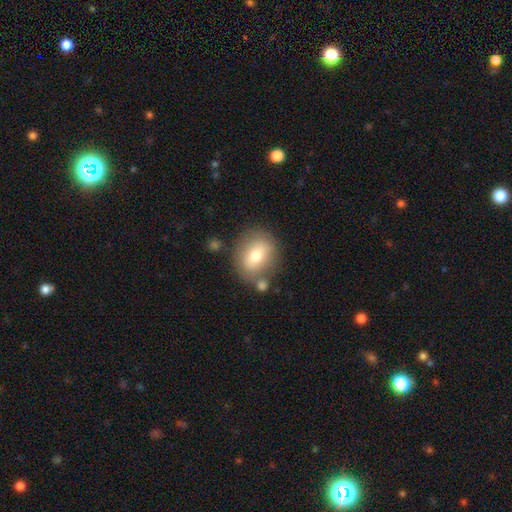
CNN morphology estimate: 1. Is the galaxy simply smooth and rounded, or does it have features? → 69% smooth, 22% featured or disk, 9% star or artifact.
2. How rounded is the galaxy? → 51% round, 48% in between, 2% cigar-shaped.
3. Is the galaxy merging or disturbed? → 73% none, 13% minor disturbance, 9% merger, 4% major disturbance.